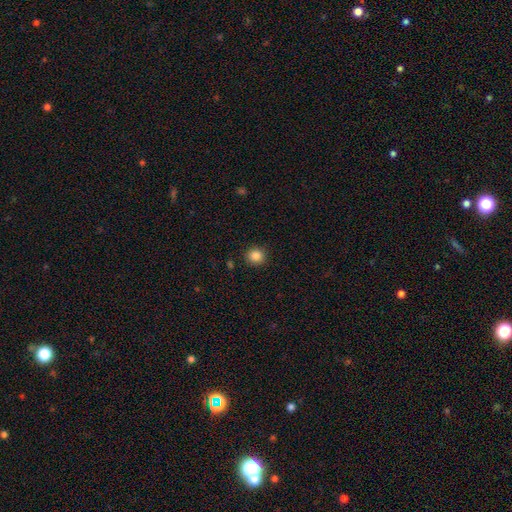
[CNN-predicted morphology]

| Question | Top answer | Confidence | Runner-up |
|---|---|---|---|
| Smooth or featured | smooth | 85% | star or artifact (11%) |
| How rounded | round | 91% | in between (9%) |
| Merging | none | 91% | minor disturbance (6%) |